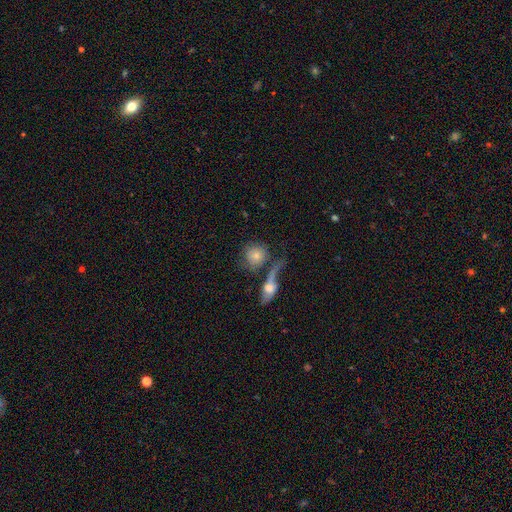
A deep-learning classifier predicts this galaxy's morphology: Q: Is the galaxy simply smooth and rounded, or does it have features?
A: smooth — 70%.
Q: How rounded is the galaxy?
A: round — 79%.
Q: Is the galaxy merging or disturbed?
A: merger — 39%, tied with none.